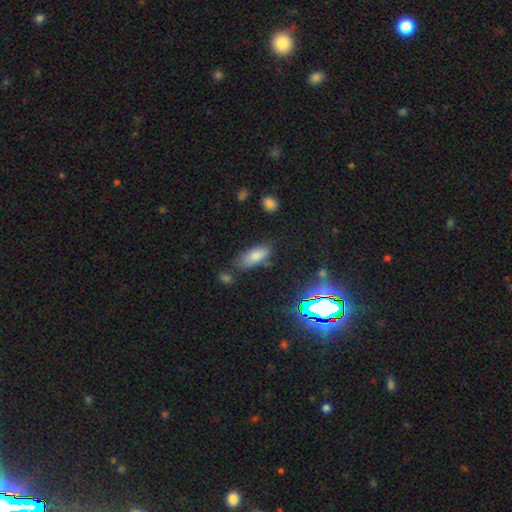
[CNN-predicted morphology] The model was most divided on "merging": none: 70%, minor disturbance: 19%, merger: 6%, major disturbance: 6%. More confident: how rounded — in between (79%); smooth or featured — smooth (72%).